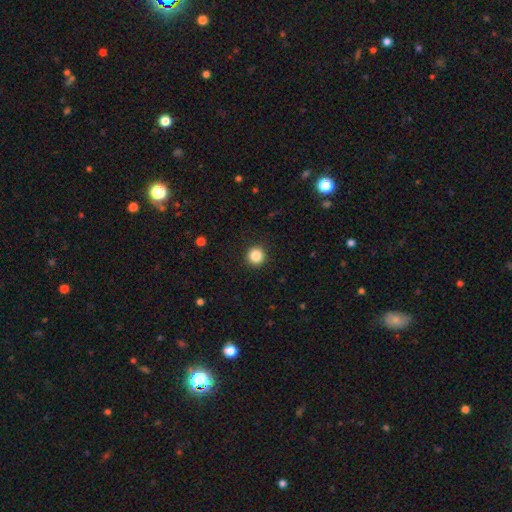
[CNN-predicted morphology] The model was most divided on "smooth or featured": smooth: 86%, star or artifact: 11%, featured or disk: 4%. More confident: how rounded — round (95%); merging — none (93%).